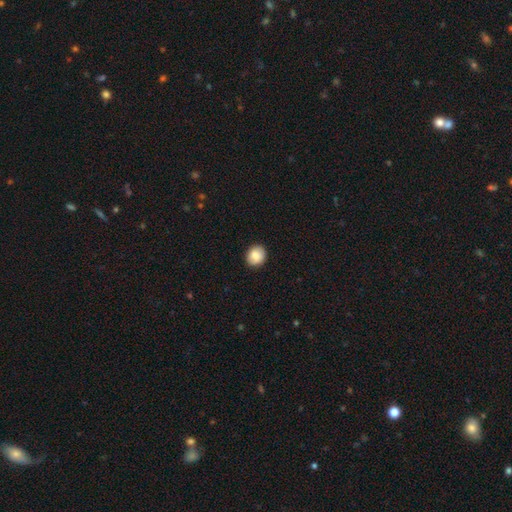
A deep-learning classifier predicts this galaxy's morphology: A smooth galaxy with no disk features (85%) that is round (71%). Merging: none (89%).